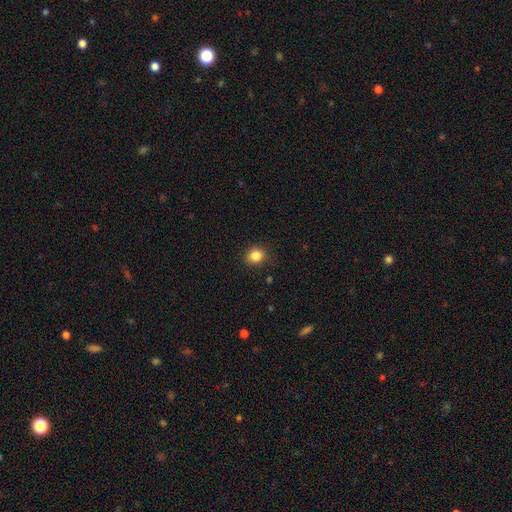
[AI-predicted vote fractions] Smooth or featured: smooth — 85% (star or artifact — 11%)
How rounded: round — 80% (in between — 19%)
Merging: none — 89% (minor disturbance — 8%)